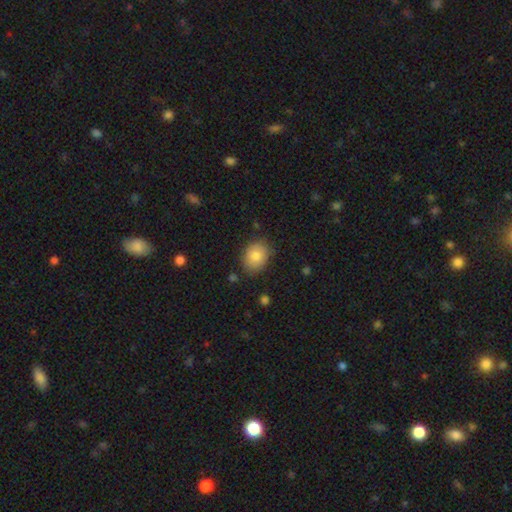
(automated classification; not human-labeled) smooth-or-featured: smooth: 82% | featured or disk: 10% | star or artifact: 8%
  how-rounded: in between: 65% | round: 34% | cigar-shaped: 1%
  merging: none: 82% | minor disturbance: 14% | major disturbance: 3% | merger: 2%